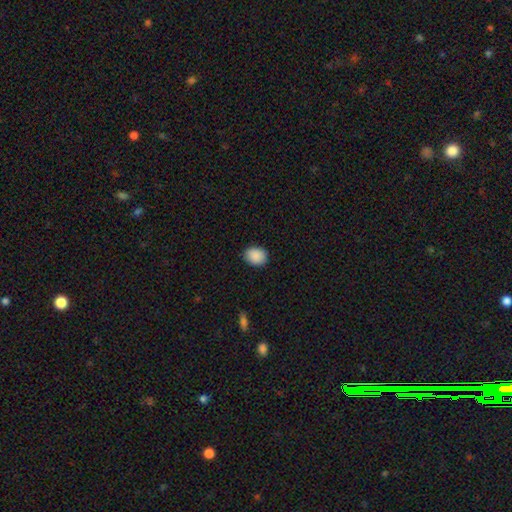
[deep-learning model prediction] A smooth galaxy with no disk features (90%) that is in between round and cigar-shaped (57%).

Vote fractions:
- Smooth or featured? smooth: 90% / star or artifact: 7% / featured or disk: 3%
- How rounded? in between: 57% / round: 42% / cigar-shaped: 1%
- Merging? none: 87% / minor disturbance: 10% / major disturbance: 2% / merger: 1%